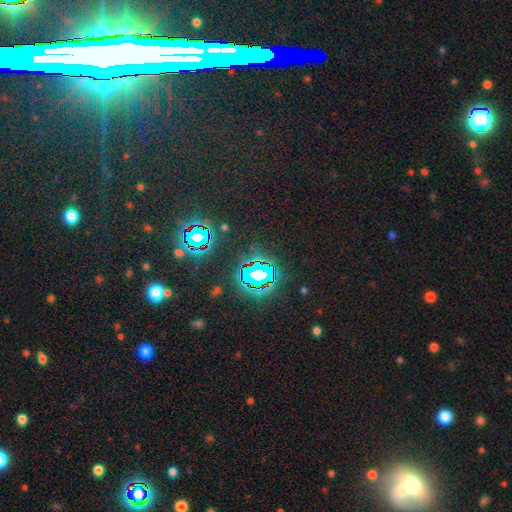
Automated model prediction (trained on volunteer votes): This is clearly a star or artifact rather than a galaxy (80%).